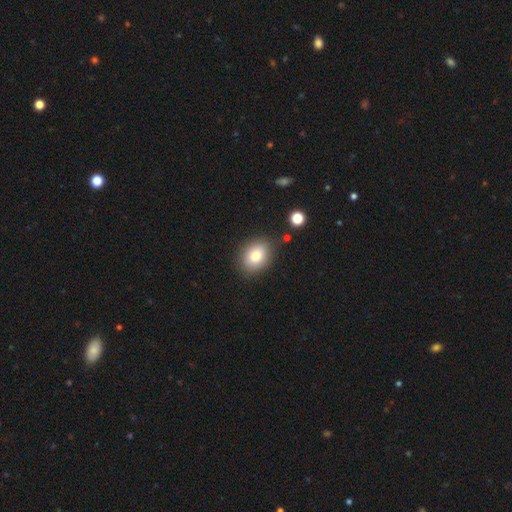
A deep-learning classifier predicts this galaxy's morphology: A smooth galaxy with no disk features (80%) that is in between round and cigar-shaped (61%).

Vote fractions:
- Smooth or featured? smooth: 80% / featured or disk: 11% / star or artifact: 9%
- How rounded? in between: 61% / round: 38% / cigar-shaped: 1%
- Merging? none: 82% / minor disturbance: 12% / merger: 3% / major disturbance: 3%